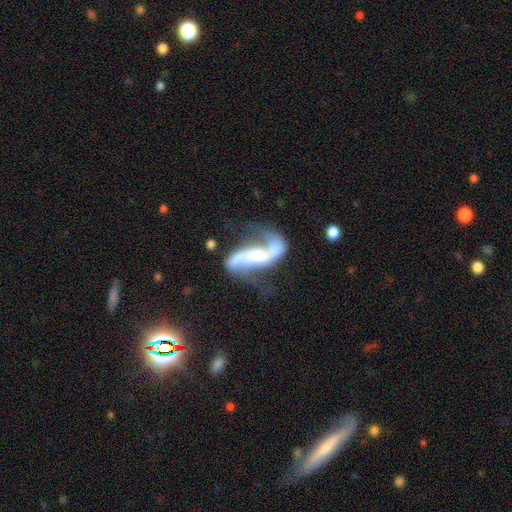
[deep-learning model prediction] Smooth or featured?
  - featured or disk: 83% *
  - smooth: 10%
  - star or artifact: 6%
Edge-on disk?
  - no: 94% *
  - yes: 6%
Bar?
  - no: 40% *
  - strong: 31%
  - weak: 30%
Spiral arms?
  - yes: 92% *
  - no: 8%
Spiral winding?
  - loose: 66% *
  - medium: 26%
  - tight: 8%
Spiral arm count?
  - 2: 90% *
  - 1: 3%
  - can't tell: 3%
  - 3: 1%
  - 4: 1%
  - more than 4: 1%
Bulge size?
  - small: 32% *
  - none: 29%
  - moderate: 24%
  - large: 12%
  - dominant: 4%
Merging?
  - none: 46% *
  - major disturbance: 20%
  - minor disturbance: 19%
  - merger: 14%